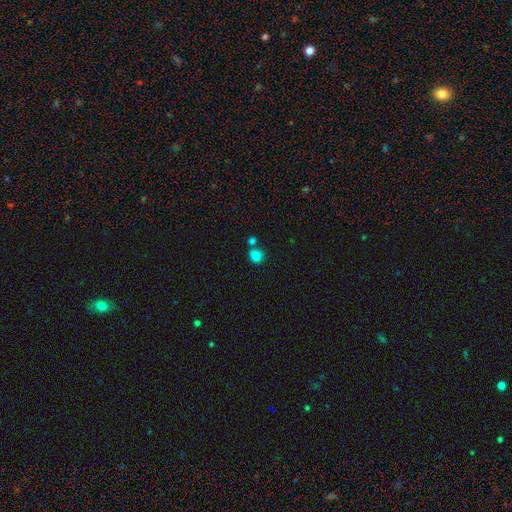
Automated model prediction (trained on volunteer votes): smooth 84%, star or artifact 11%, featured or disk 5%. Down the decision tree: how rounded — round (82%); merging — none (59%).